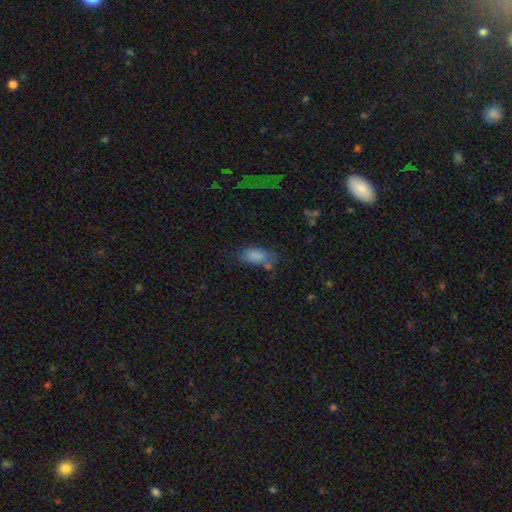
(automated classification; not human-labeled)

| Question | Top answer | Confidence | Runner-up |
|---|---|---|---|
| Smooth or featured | smooth | 81% | star or artifact (10%) |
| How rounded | in between | 89% | cigar-shaped (8%) |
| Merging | none | 49% | minor disturbance (25%) |